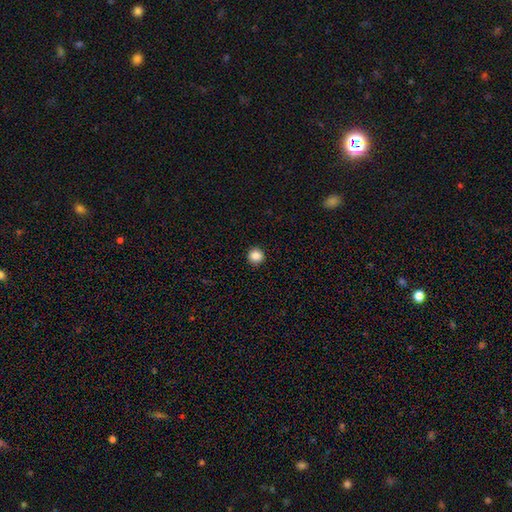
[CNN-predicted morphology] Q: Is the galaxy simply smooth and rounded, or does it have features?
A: smooth — 86%.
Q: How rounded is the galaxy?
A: round — 96%.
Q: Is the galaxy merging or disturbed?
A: none — 94%.